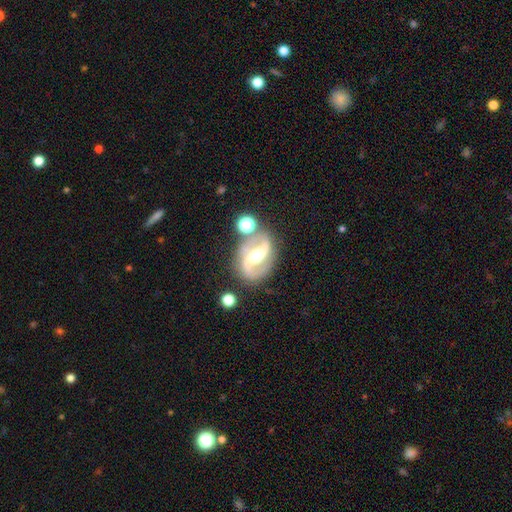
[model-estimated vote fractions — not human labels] A featured or disk galaxy (88%) with a strong bar (57%), 2 (93%) medium (53%) spiral arms (96%) and a moderate central bulge (65%).

Vote fractions:
- Smooth or featured? featured or disk: 88% / smooth: 6% / star or artifact: 6%
- Edge-on disk? no: 97% / yes: 3%
- Bar? strong: 57% / weak: 29% / no: 14%
- Spiral arms? yes: 96% / no: 4%
- Spiral winding? medium: 53% / loose: 32% / tight: 15%
- Spiral arm count? 2: 93% / can't tell: 2% / 1: 2% / 3: 1% / 4: 1% / more than 4: 1%
- Bulge size? moderate: 65% / small: 22% / large: 10% / none: 2% / dominant: 2%
- Merging? none: 75% / minor disturbance: 13% / merger: 7% / major disturbance: 5%